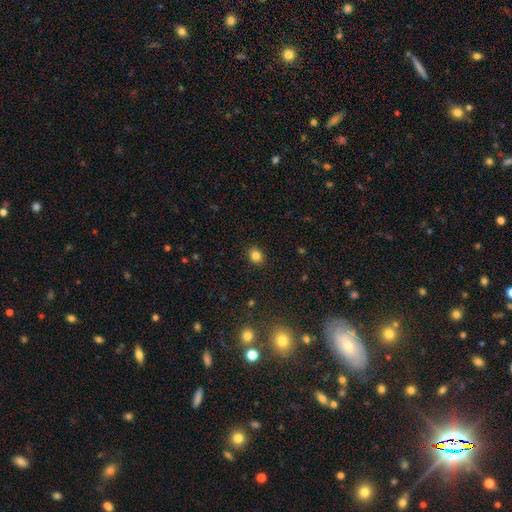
Q: Smooth or featured?
A: smooth (95%); runner-up: featured or disk (5%)
Q: How rounded?
A: round (65%); runner-up: in between (35%)
Q: Merging?
A: none (85%); runner-up: minor disturbance (13%)